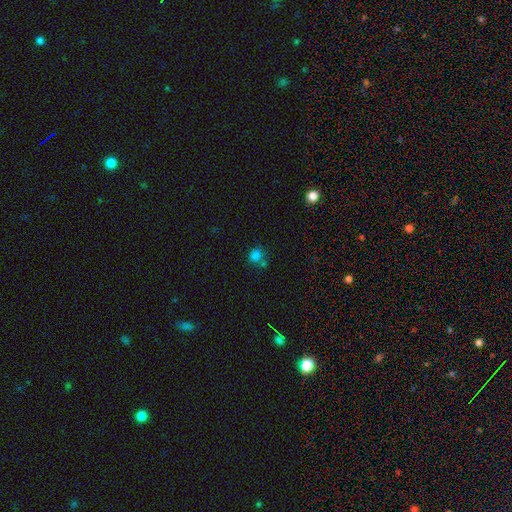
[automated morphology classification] smooth 76%, star or artifact 18%, featured or disk 6%. Down the decision tree: how rounded — round (72%); merging — none (59%).